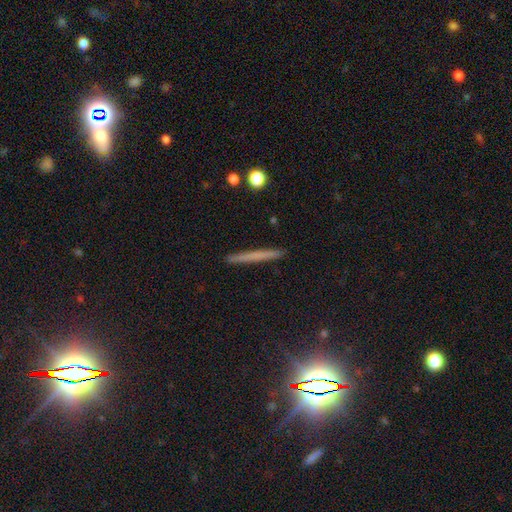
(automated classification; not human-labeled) Smooth or featured: smooth — 57% (featured or disk — 33%)
How rounded: cigar-shaped — 96% (in between — 2%)
Merging: none — 91% (minor disturbance — 6%)